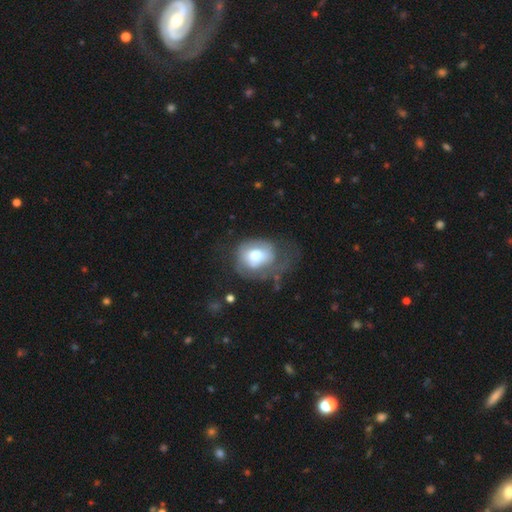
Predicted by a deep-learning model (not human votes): Smooth or featured? Predicted: smooth (p=0.49). Merging? Predicted: major disturbance (p=0.39).